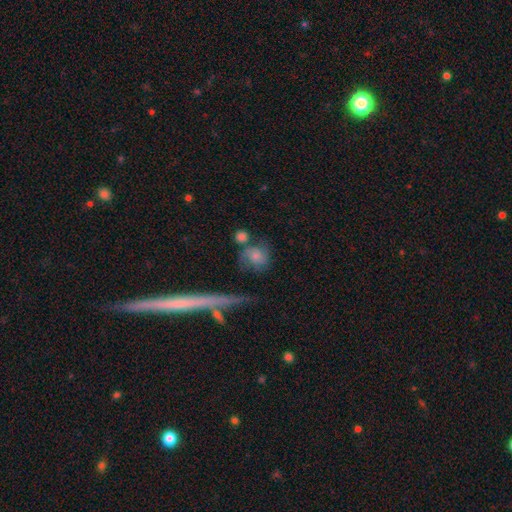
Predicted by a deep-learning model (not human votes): A smooth galaxy with no disk features (48%).

Vote fractions:
- Smooth or featured? smooth: 48% / featured or disk: 43% / star or artifact: 10%
- Merging? none: 48% / merger: 20% / minor disturbance: 19% / major disturbance: 13%